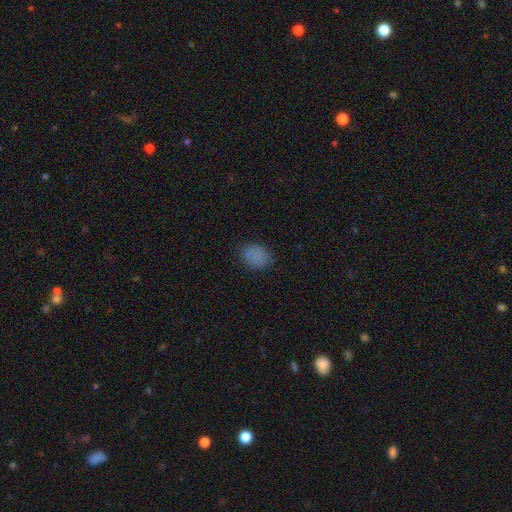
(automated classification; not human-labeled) Smooth or featured? smooth (81%)
How rounded? in between (58%)
Merging? none (81%)